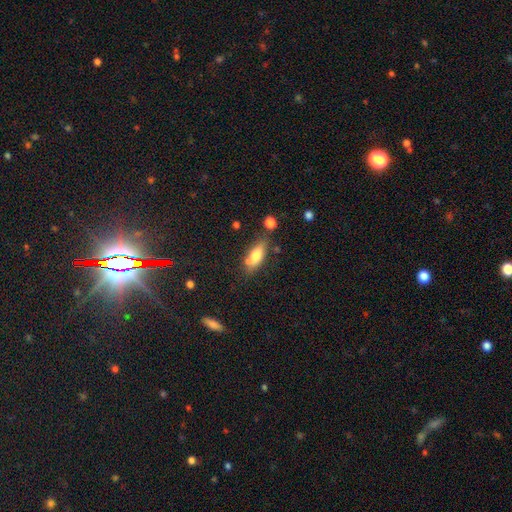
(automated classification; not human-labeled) smooth_or_featured: smooth (p=0.72) [alt: featured or disk p=0.20]
how_rounded: in between (p=0.71) [alt: cigar-shaped p=0.26]
merging: none (p=0.65) [alt: minor disturbance p=0.19]